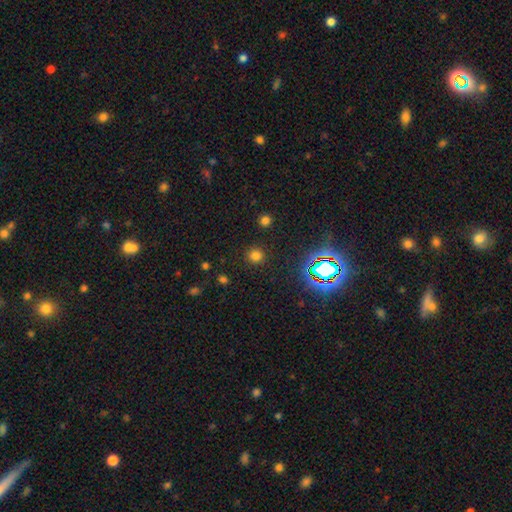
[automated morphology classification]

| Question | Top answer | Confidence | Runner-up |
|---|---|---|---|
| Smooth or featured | smooth | 72% | star or artifact (22%) |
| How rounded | round | 93% | in between (5%) |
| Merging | none | 89% | minor disturbance (6%) |